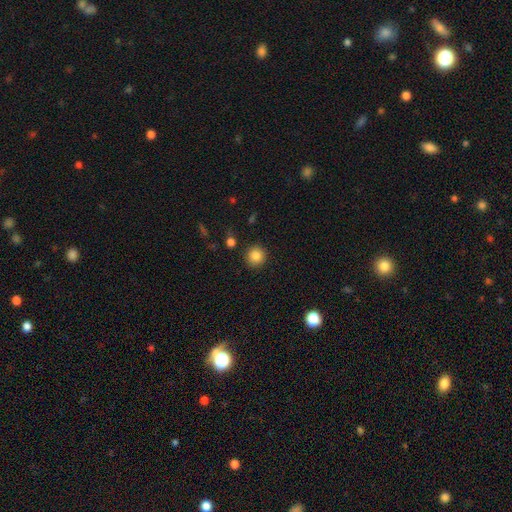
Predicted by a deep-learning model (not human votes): This appears to be a smooth galaxy with no disk features (85%) that is round (93%). Merging: none (90%).